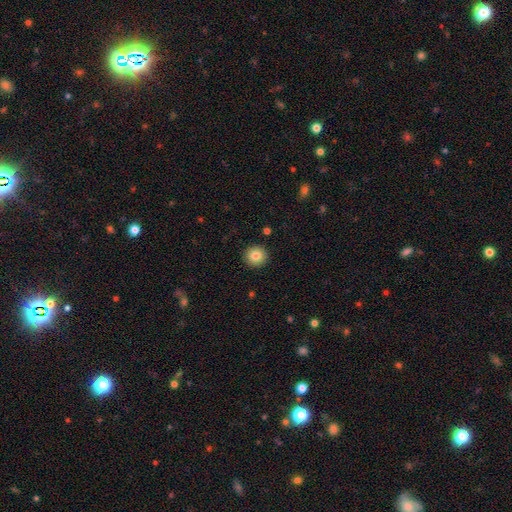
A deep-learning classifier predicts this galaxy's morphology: smooth 83%, star or artifact 9%, featured or disk 8%. Down the decision tree: how rounded — round (93%); merging — none (92%).